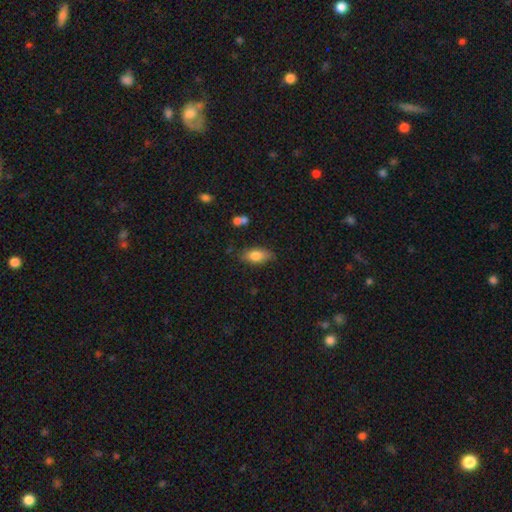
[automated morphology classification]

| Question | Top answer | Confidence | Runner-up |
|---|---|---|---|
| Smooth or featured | smooth | 79% | featured or disk (14%) |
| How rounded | in between | 85% | cigar-shaped (11%) |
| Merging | none | 78% | minor disturbance (16%) |